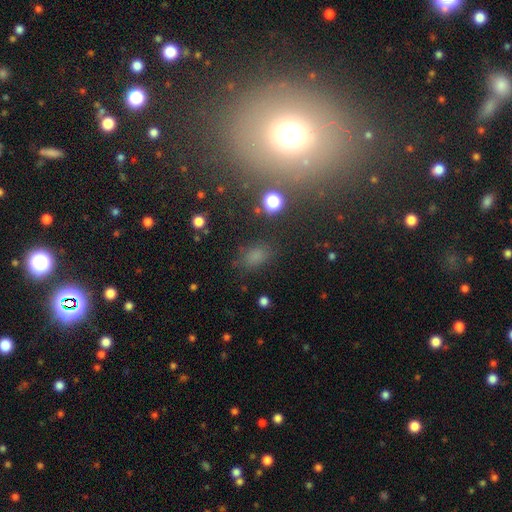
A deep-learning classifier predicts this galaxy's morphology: A smooth galaxy with no disk features (67%) that is in between round and cigar-shaped (78%). Merging: none (76%).